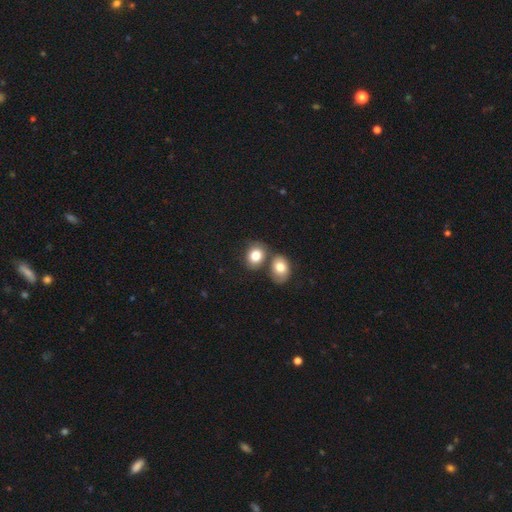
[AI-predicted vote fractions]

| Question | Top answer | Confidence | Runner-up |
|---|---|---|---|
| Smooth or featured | smooth | 80% | featured or disk (12%) |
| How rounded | in between | 53% | round (46%) |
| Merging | none | 50% | merger (35%) |